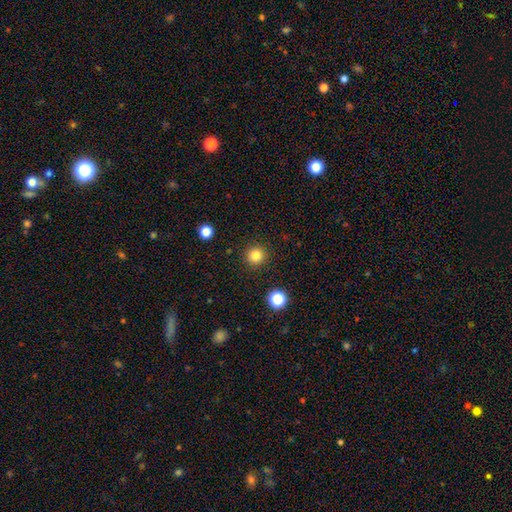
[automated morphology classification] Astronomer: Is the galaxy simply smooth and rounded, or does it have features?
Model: smooth — 83%.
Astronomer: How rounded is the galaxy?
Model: round — 95%.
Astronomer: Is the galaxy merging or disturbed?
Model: none — 92%.